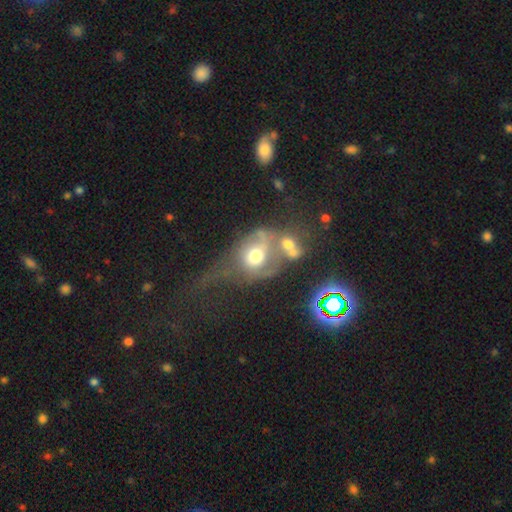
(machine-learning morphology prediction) This appears to be a featured or disk galaxy (45%). Merging: merger (49%).